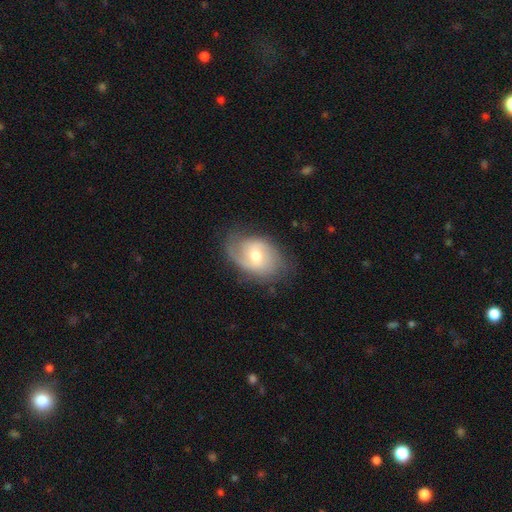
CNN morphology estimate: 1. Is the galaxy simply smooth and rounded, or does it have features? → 66% featured or disk, 27% smooth, 7% star or artifact.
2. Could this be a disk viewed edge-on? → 95% no, 5% yes.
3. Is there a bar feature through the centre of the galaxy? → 47% no, 44% weak, 9% strong.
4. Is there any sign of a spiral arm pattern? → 87% yes, 13% no.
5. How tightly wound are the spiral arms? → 43% medium, 29% tight, 28% loose.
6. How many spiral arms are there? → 63% 2, 18% can't tell, 11% 1, 5% 3, 2% 4, 2% more than 4.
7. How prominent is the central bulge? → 67% moderate, 25% small, 5% large, 1% none, 1% dominant.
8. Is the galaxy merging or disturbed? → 68% none, 22% minor disturbance, 8% major disturbance, 1% merger.